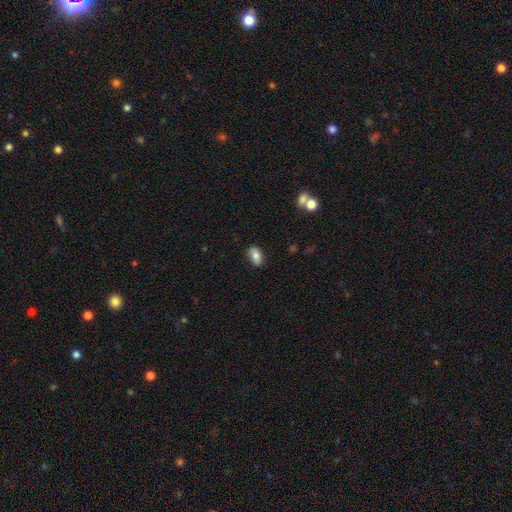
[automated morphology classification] Q: Smooth or featured?
A: smooth (77%); runner-up: featured or disk (15%)
Q: How rounded?
A: in between (90%); runner-up: round (7%)
Q: Merging?
A: none (79%); runner-up: minor disturbance (16%)